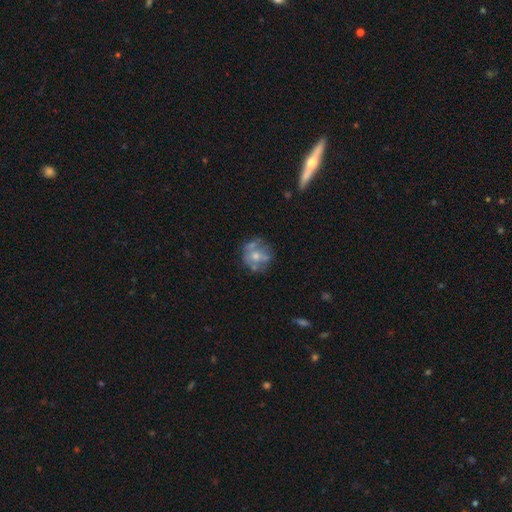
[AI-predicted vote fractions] A featured or disk galaxy (49%). Merging: none (55%).